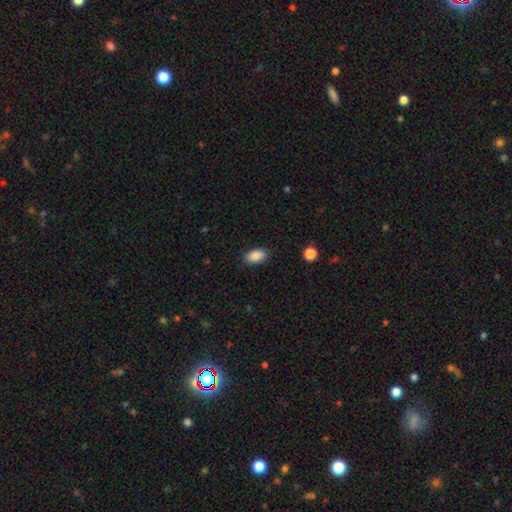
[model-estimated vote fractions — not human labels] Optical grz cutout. It shows a smooth galaxy with no disk features (89%) that is in between round and cigar-shaped (93%). Merging: none (87%).